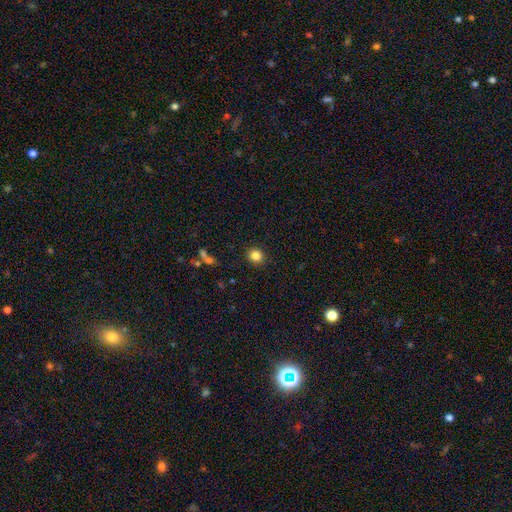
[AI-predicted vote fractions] The model was most divided on "how rounded": round: 85%, in between: 14%, cigar-shaped: 1%. More confident: merging — none (90%); smooth or featured — smooth (84%).